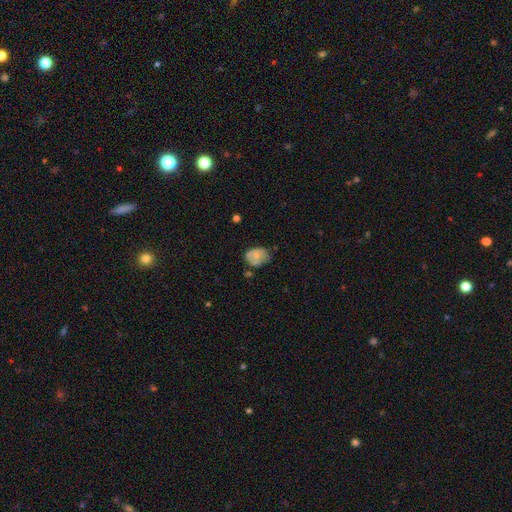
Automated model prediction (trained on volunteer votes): smooth-or-featured: smooth: 63% | featured or disk: 28% | star or artifact: 9%
  how-rounded: in between: 64% | round: 35% | cigar-shaped: 1%
  merging: none: 46% | minor disturbance: 35% | major disturbance: 12% | merger: 6%